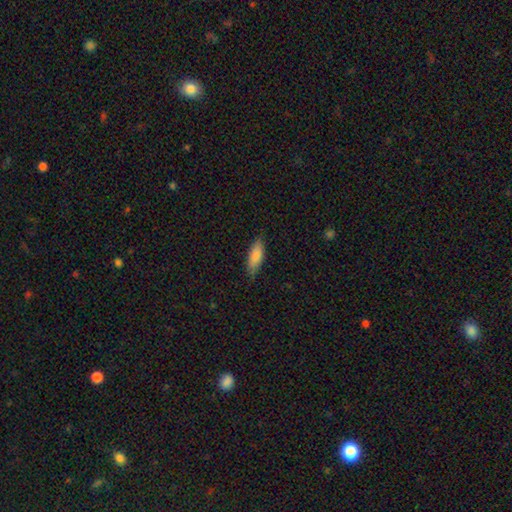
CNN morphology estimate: Smooth or featured? smooth (84%)
How rounded? in between (67%)
Merging? none (79%)